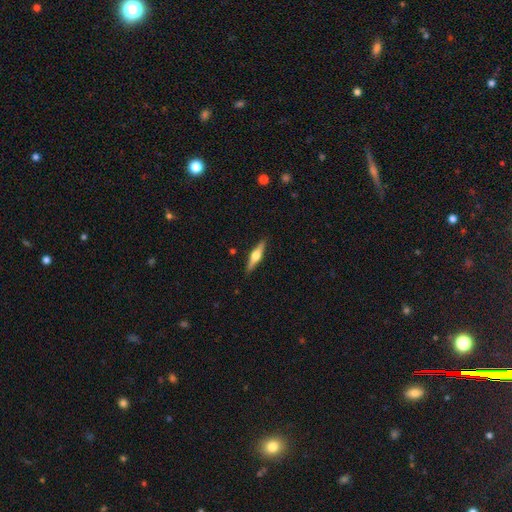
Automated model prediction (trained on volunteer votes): Smooth or featured: featured or disk — 67% (smooth — 27%)
Edge-on disk: yes — 97% (no — 3%)
Edge-on bulge: rounded — 94% (boxy — 4%)
Merging: none — 90% (minor disturbance — 7%)